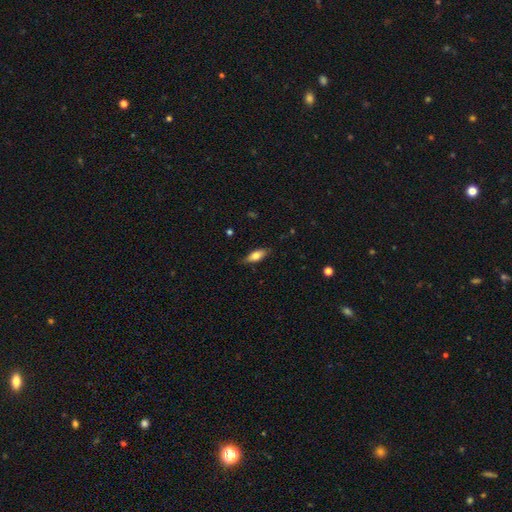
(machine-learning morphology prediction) A smooth galaxy with no disk features (74%) that is in between round and cigar-shaped (74%). Merging: none (82%).